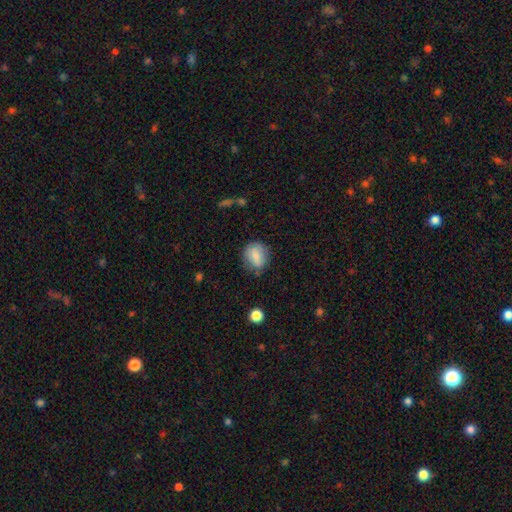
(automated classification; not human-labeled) Q: Smooth or featured?
A: smooth (74%); runner-up: featured or disk (18%)
Q: How rounded?
A: round (60%); runner-up: in between (39%)
Q: Merging?
A: none (71%); runner-up: minor disturbance (21%)